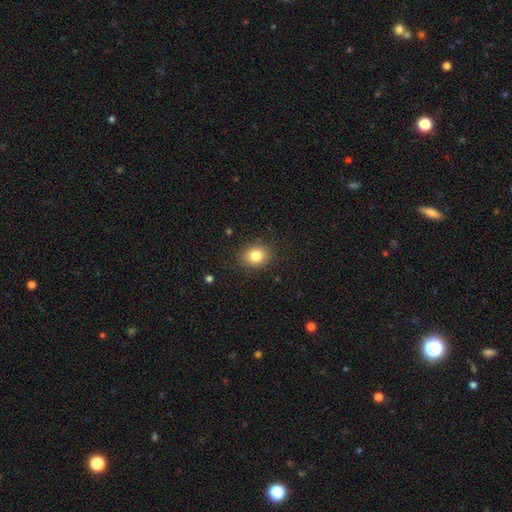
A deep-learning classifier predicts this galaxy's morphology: A smooth galaxy with no disk features (83%) that is round (59%). Merging: none (87%).